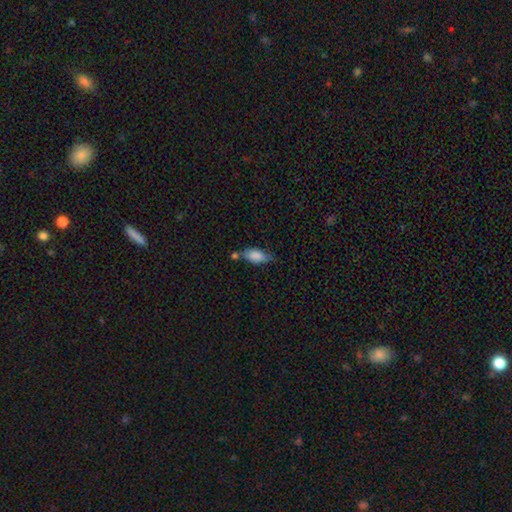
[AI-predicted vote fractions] Smooth or featured: smooth — 83% (featured or disk — 10%)
How rounded: in between — 83% (cigar-shaped — 13%)
Merging: none — 46% (minor disturbance — 25%)